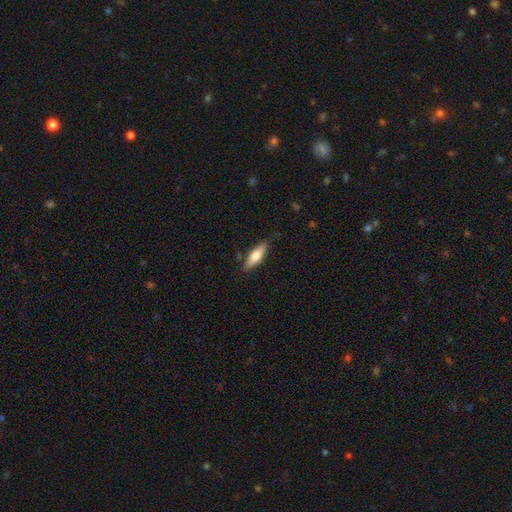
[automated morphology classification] Smooth or featured? Predicted: smooth (p=0.64). How rounded? Predicted: cigar-shaped (p=0.52). Merging? Predicted: none (p=0.81).